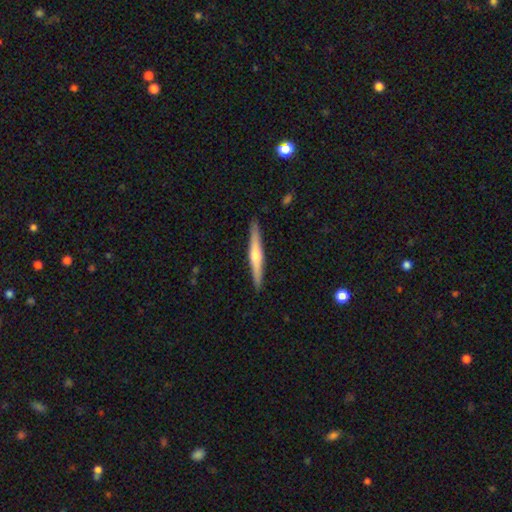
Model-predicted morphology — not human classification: Smooth or featured? featured or disk (65%)
Edge-on disk? yes (98%)
Edge-on bulge? rounded (89%)
Merging? none (91%)